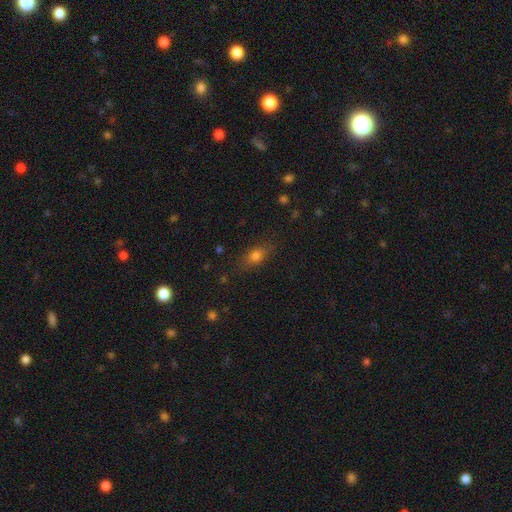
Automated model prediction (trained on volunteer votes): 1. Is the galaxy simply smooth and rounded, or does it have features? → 74% smooth, 13% featured or disk, 12% star or artifact.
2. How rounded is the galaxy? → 72% in between, 17% round, 11% cigar-shaped.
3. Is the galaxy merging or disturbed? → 79% none, 15% minor disturbance, 5% major disturbance, 2% merger.